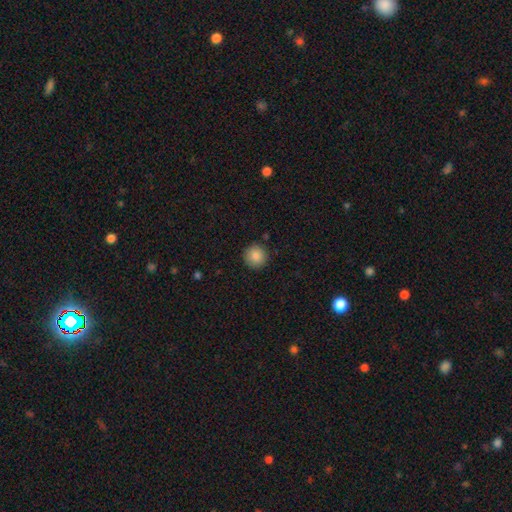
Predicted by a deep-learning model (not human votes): This appears to be a smooth galaxy with no disk features (86%) that is round (95%). Merging: none (91%).